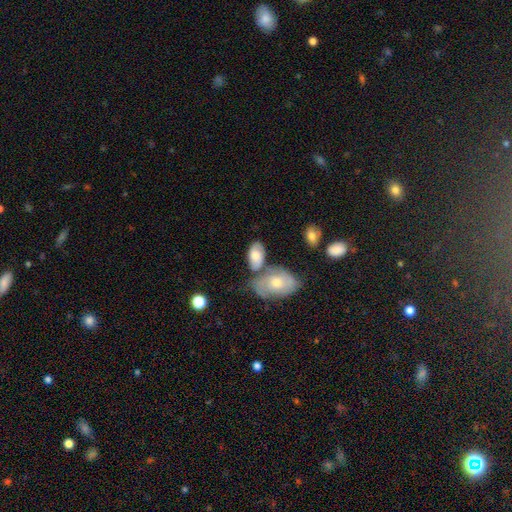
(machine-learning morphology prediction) smooth_or_featured: smooth (p=0.55) [alt: featured or disk p=0.38]
how_rounded: in between (p=0.92) [alt: round p=0.06]
merging: none (p=0.43) [alt: merger p=0.31]